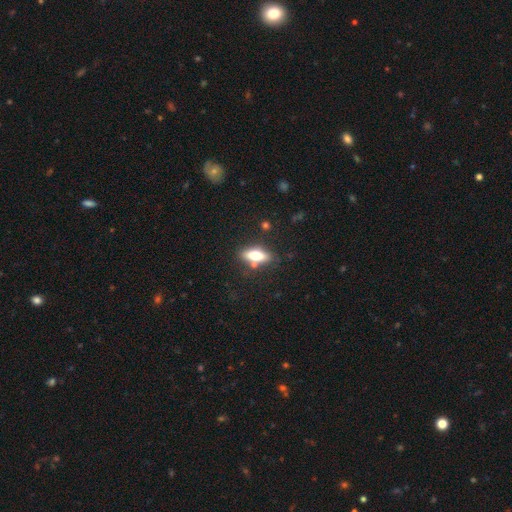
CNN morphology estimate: smooth-or-featured: smooth: 68% | featured or disk: 24% | star or artifact: 8%
  how-rounded: in between: 72% | cigar-shaped: 23% | round: 4%
  merging: none: 73% | minor disturbance: 15% | merger: 8% | major disturbance: 5%